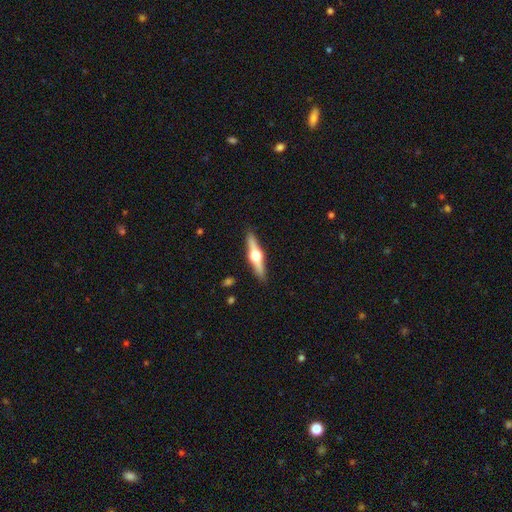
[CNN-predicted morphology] This is likely a featured or disk galaxy (74%). It is clearly viewed edge-on (97%). Edge-on bulge: clearly rounded (96%). Merging: clearly none (90%).